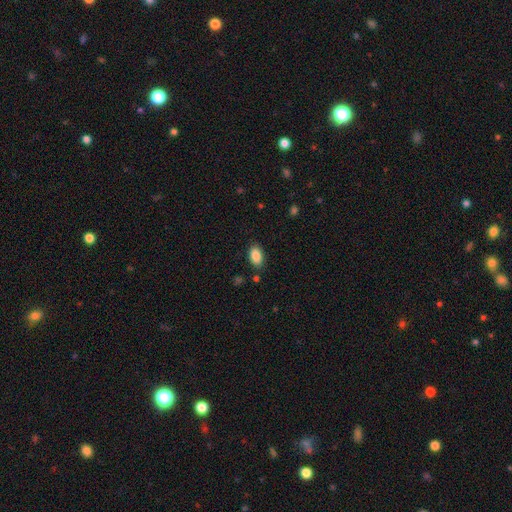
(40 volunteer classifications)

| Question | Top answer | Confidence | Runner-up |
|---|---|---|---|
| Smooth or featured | smooth | 88% | star or artifact (8%) |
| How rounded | in between | 89% | round (6%) |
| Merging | none | 92% | minor disturbance (5%) |